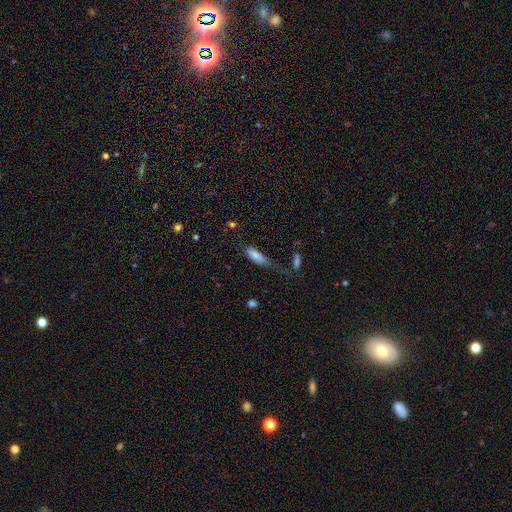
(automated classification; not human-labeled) smooth 81%, featured or disk 10%, star or artifact 9%. Down the decision tree: how rounded — in between (52%); merging — none (34%).